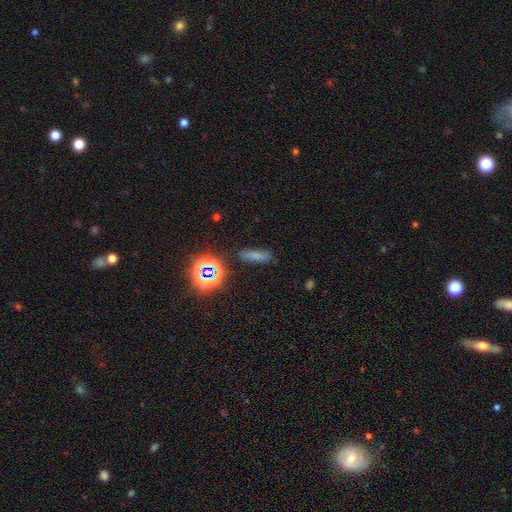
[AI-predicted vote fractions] Smooth or featured: smooth — 69% (star or artifact — 22%)
How rounded: cigar-shaped — 61% (in between — 34%)
Merging: none — 83% (minor disturbance — 11%)